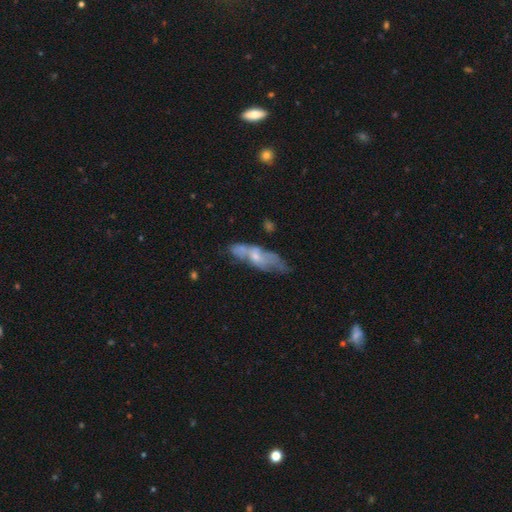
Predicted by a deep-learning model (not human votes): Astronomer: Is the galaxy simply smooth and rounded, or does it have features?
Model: featured or disk — 53% (runner-up: smooth, 39%).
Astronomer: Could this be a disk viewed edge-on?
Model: no — 72%.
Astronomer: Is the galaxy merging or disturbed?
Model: none — 45% (runner-up: minor disturbance, 27%).